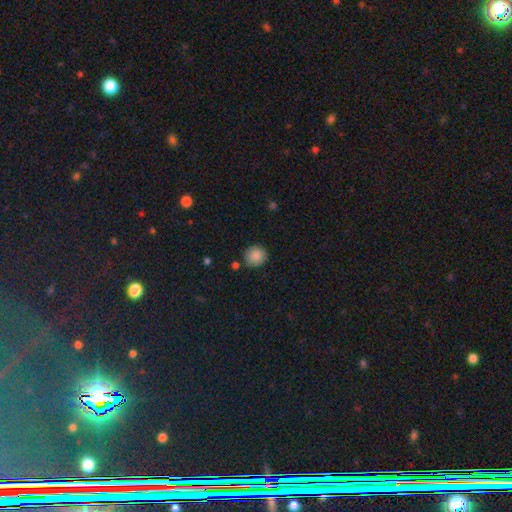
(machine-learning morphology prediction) Smooth or featured? smooth (87%)
How rounded? round (87%)
Merging? none (84%)